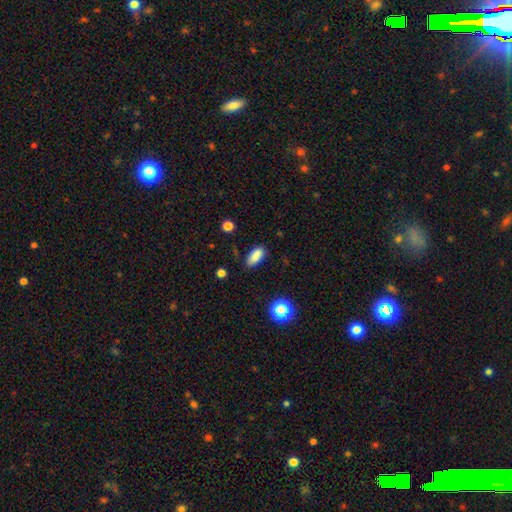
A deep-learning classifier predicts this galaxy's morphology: This appears to be a smooth galaxy with no disk features (86%) that is in between round and cigar-shaped (84%). Merging: none (81%).